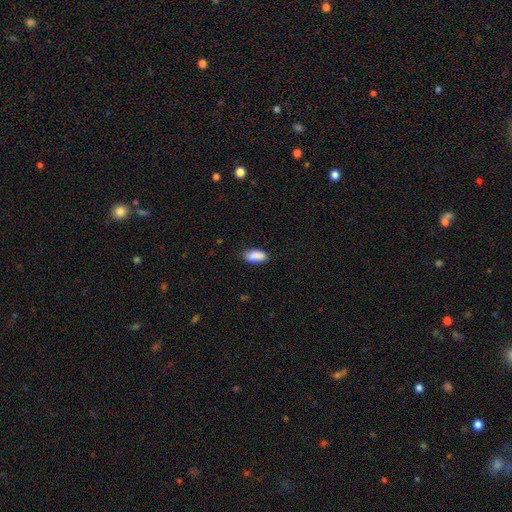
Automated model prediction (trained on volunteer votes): smooth-or-featured: smooth: 89% | star or artifact: 7% | featured or disk: 4%
  how-rounded: in between: 87% | cigar-shaped: 10% | round: 2%
  merging: none: 79% | minor disturbance: 16% | major disturbance: 3% | merger: 2%